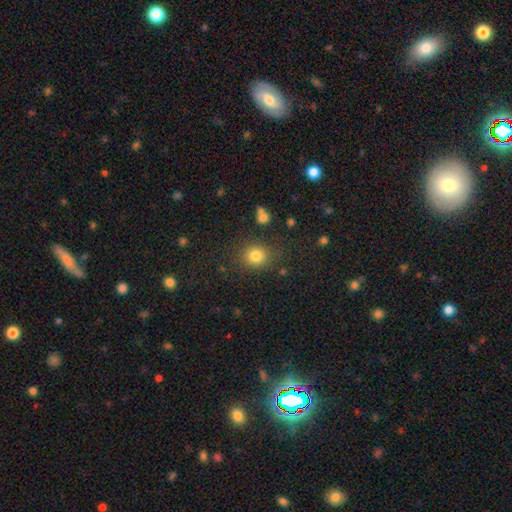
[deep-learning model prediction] Smooth or featured? Predicted: smooth (p=0.81). How rounded? Predicted: round (p=0.77). Merging? Predicted: none (p=0.82).